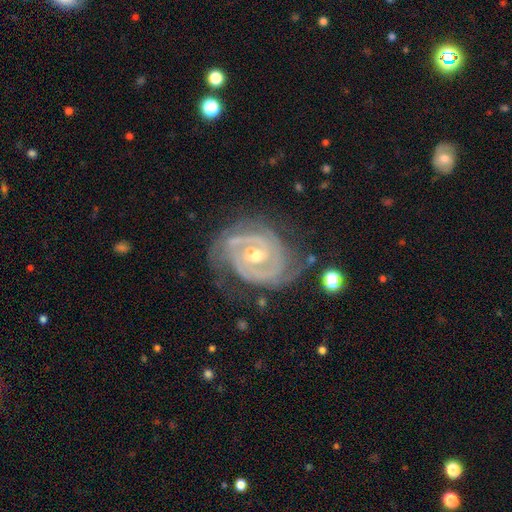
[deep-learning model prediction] Smooth or featured: featured or disk — 90% (star or artifact — 5%)
Edge-on disk: no — 97% (yes — 3%)
Bar: weak — 44% (no — 38%)
Spiral arms: yes — 97% (no — 3%)
Spiral winding: tight — 69% (medium — 27%)
Spiral arm count: 2 — 52% (3 — 19%)
Bulge size: moderate — 53% (small — 43%)
Merging: none — 63% (minor disturbance — 23%)